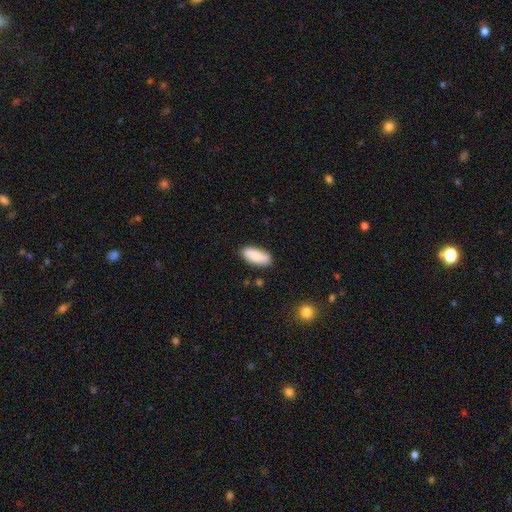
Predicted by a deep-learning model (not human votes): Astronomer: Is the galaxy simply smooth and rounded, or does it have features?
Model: smooth — 86%.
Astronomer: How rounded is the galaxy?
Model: in between — 84%.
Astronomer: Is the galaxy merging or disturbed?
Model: none — 84%.